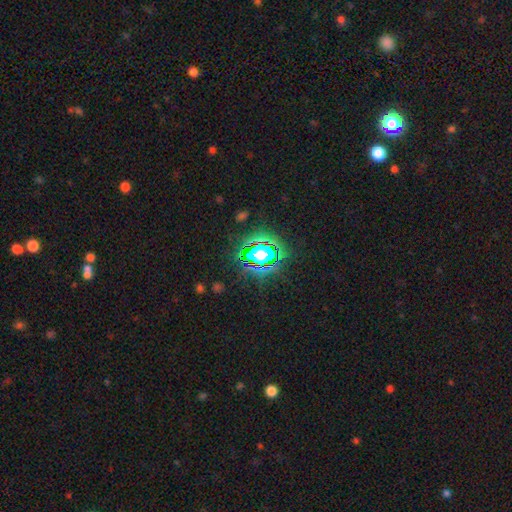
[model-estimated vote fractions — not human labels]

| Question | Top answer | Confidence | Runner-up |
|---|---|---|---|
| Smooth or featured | star or artifact | 74% | smooth (16%) |